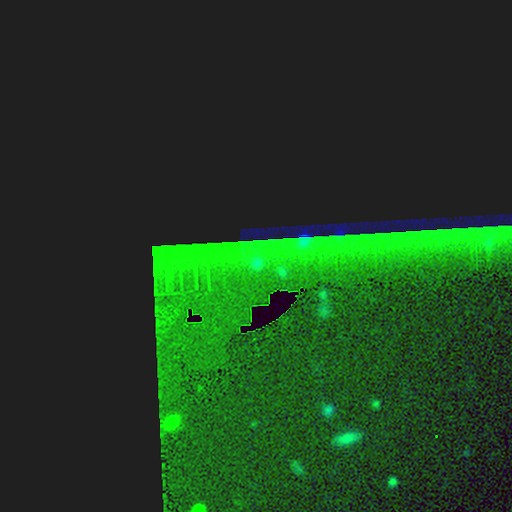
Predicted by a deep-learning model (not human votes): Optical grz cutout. It shows a star or artifact, not a galaxy (86%).